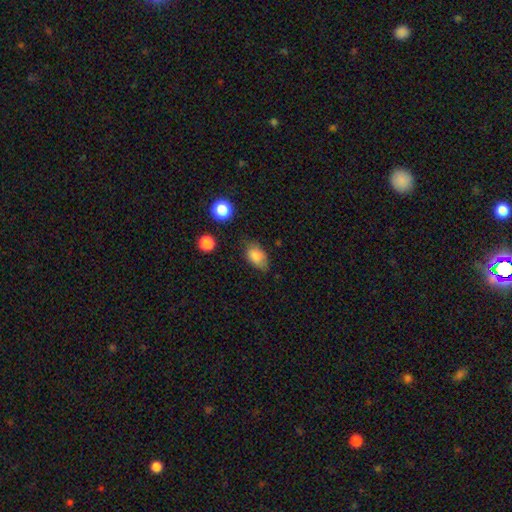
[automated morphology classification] A smooth galaxy with no disk features (84%) that is in between round and cigar-shaped (87%). Merging: none (66%).